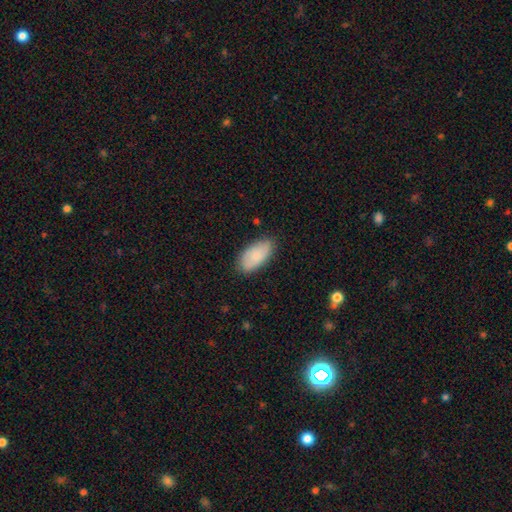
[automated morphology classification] smooth_or_featured: smooth (p=0.79) [alt: featured or disk p=0.15]
how_rounded: in between (p=0.94) [alt: cigar-shaped p=0.04]
merging: none (p=0.81) [alt: minor disturbance p=0.15]